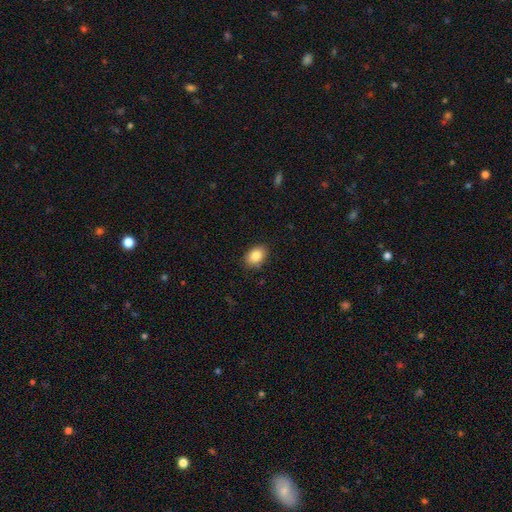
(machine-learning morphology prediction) Smooth or featured? Predicted: smooth (p=0.86). How rounded? Predicted: in between (p=0.73). Merging? Predicted: none (p=0.88).